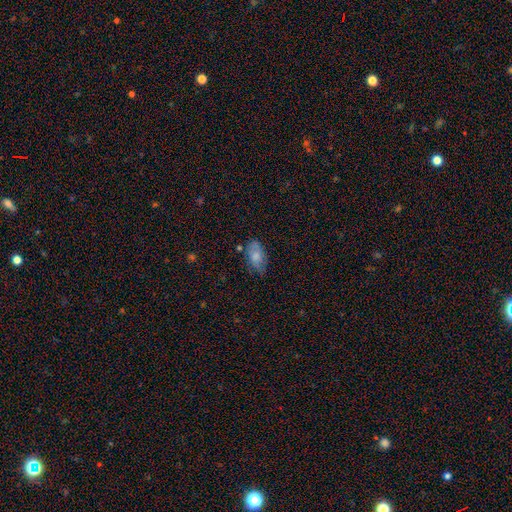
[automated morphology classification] smooth_or_featured: smooth (p=0.73) [alt: featured or disk p=0.18]
how_rounded: in between (p=0.92) [alt: round p=0.05]
merging: none (p=0.64) [alt: minor disturbance p=0.25]